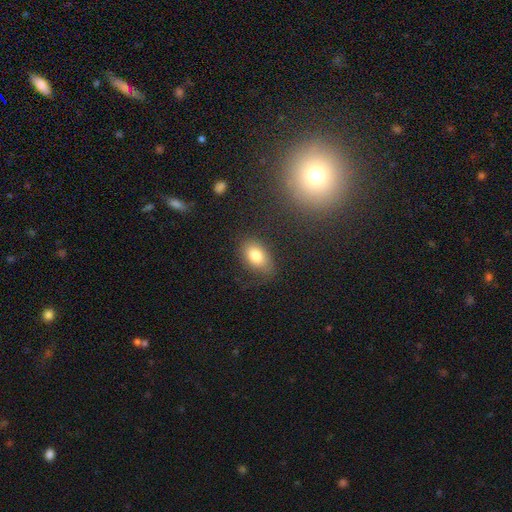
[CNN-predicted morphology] Overall: smooth (78%). How rounded: in between (87%). Merging: none (70%).